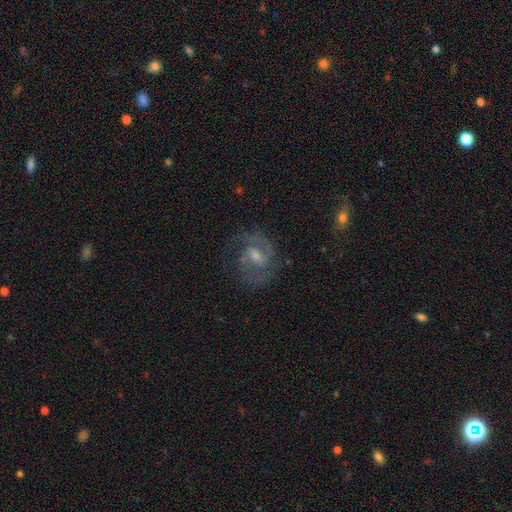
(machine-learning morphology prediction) smooth-or-featured: featured or disk: 80% | smooth: 11% | star or artifact: 9%
  disk-edge-on: no: 97% | yes: 3%
    bar: weak: 57% | no: 29% | strong: 14%
    has-spiral-arms: yes: 94% | no: 6%
      spiral-winding: medium: 54% | tight: 30% | loose: 16%
      spiral-arm-count: 2: 80% | can't tell: 9% | 3: 4% | 1: 4% | 4: 1% | more than 4: 1%
    bulge-size: moderate: 47% | small: 40% | none: 7% | large: 5% | dominant: 1%
  merging: none: 73% | minor disturbance: 16% | major disturbance: 10% | merger: 1%